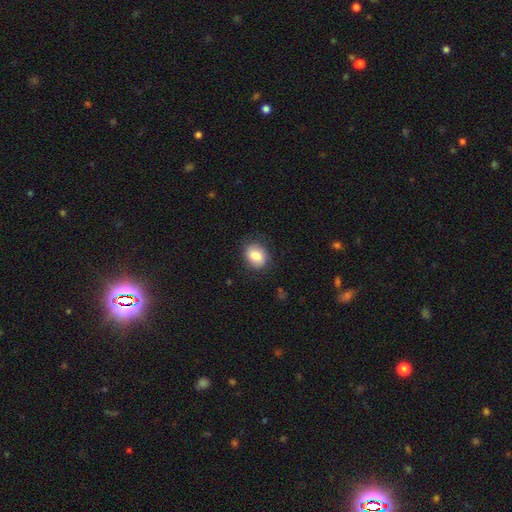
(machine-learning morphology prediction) A smooth galaxy with no disk features (83%) that is in between round and cigar-shaped (55%).

Vote fractions:
- Smooth or featured? smooth: 83% / featured or disk: 9% / star or artifact: 8%
- How rounded? in between: 55% / round: 44% / cigar-shaped: 1%
- Merging? none: 82% / minor disturbance: 13% / major disturbance: 4% / merger: 1%